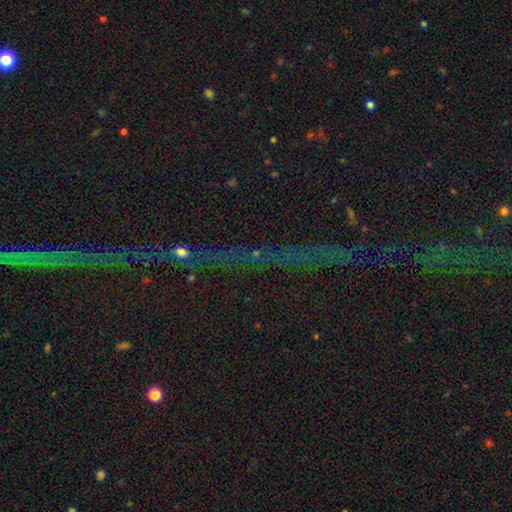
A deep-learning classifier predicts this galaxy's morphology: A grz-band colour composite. It shows a star or artifact, not a galaxy (83%).